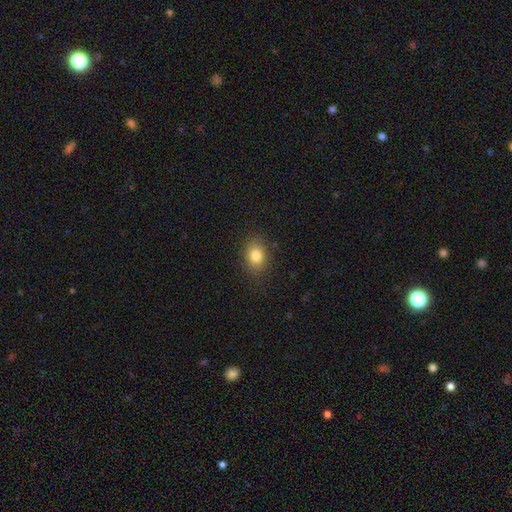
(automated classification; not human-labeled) smooth 81%, star or artifact 10%, featured or disk 9%. Down the decision tree: how rounded — in between (68%); merging — none (85%).